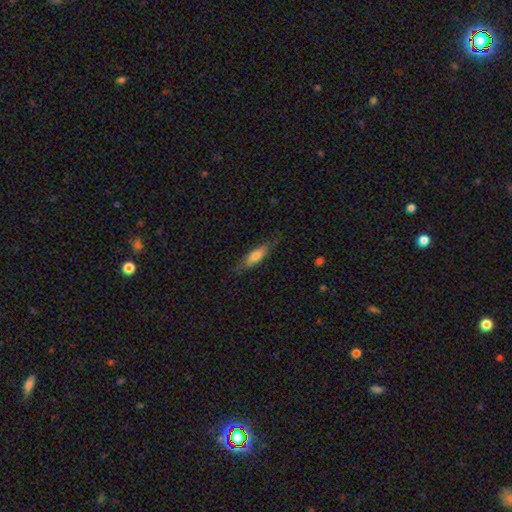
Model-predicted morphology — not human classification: The model was most divided on "how rounded": cigar-shaped: 55%, in between: 43%, round: 2%. More confident: merging — none (76%); smooth or featured — smooth (70%).